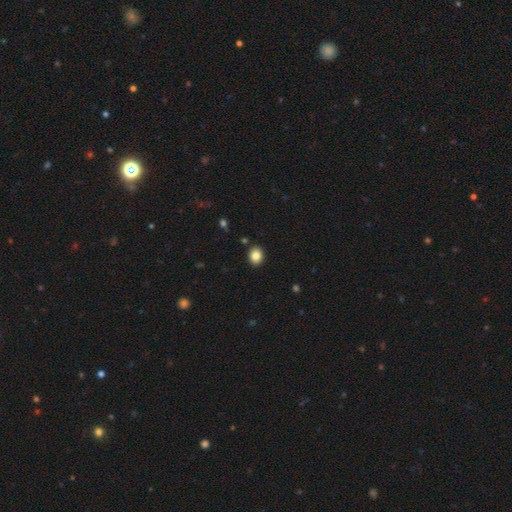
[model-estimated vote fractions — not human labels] This is clearly a smooth galaxy (85%). How rounded: possibly round (56%). Merging: clearly none (89%).